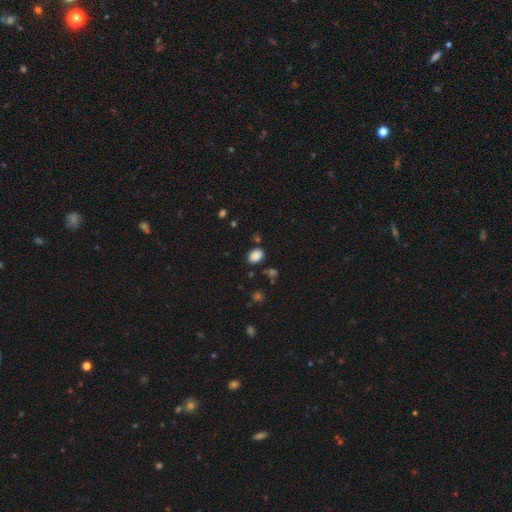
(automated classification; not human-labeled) This appears to be a smooth galaxy with no disk features (86%) that is in between round and cigar-shaped (75%). Merging: none (80%).